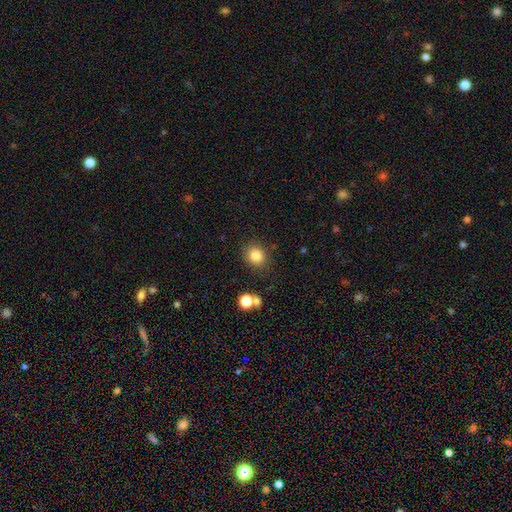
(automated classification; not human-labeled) This is clearly a smooth galaxy (83%). How rounded: likely round (73%). Merging: clearly none (82%).